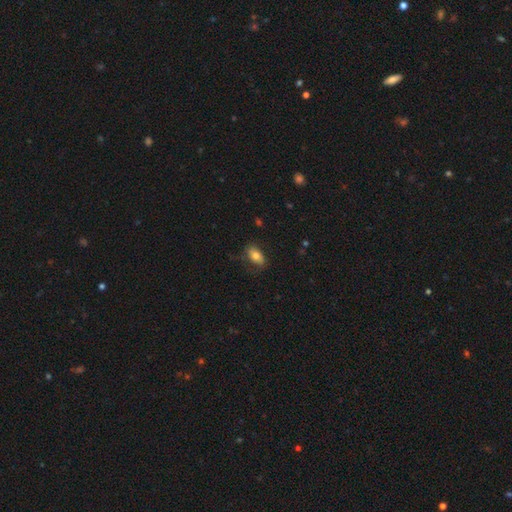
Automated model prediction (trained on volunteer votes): smooth-or-featured: smooth: 73% | featured or disk: 19% | star or artifact: 8%
  how-rounded: in between: 89% | round: 7% | cigar-shaped: 4%
  merging: none: 69% | minor disturbance: 22% | major disturbance: 8% | merger: 1%